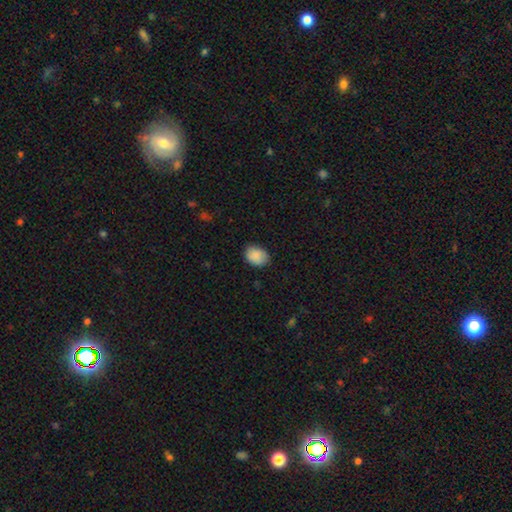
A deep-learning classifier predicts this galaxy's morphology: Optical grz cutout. It shows a smooth galaxy with no disk features (88%) that is in between round and cigar-shaped (64%). Merging: none (79%).